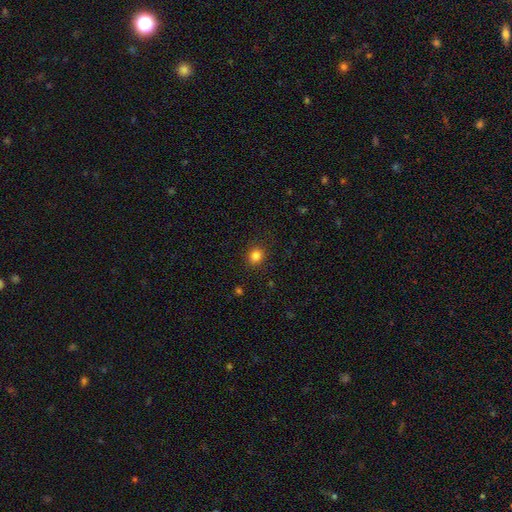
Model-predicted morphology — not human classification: smooth-or-featured: smooth: 83% | star or artifact: 12% | featured or disk: 4%
  how-rounded: round: 81% | in between: 19% | cigar-shaped: 1%
  merging: none: 90% | minor disturbance: 7% | major disturbance: 2% | merger: 1%